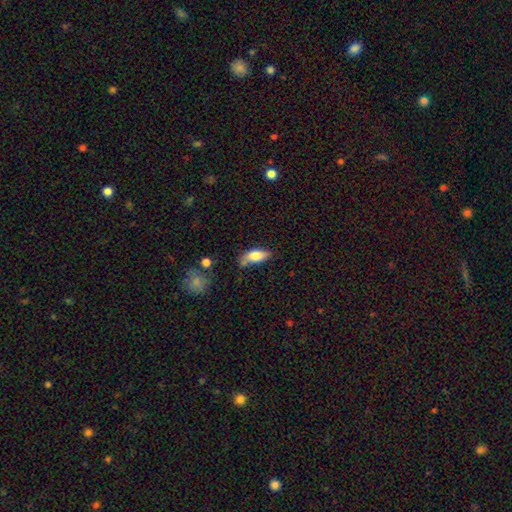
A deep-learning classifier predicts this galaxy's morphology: This is likely a smooth galaxy (76%). How rounded: clearly in between (85%). Merging: likely none (61%).